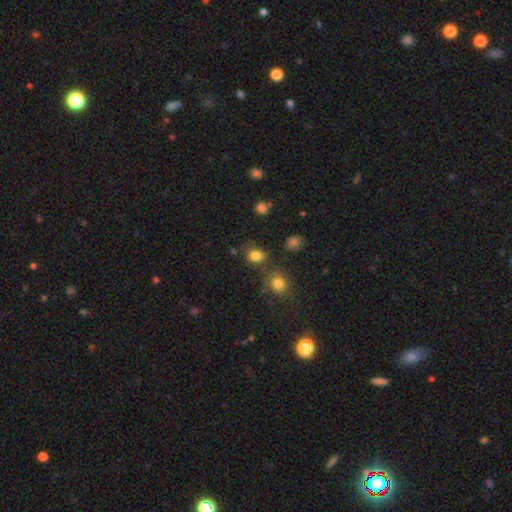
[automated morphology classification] This is clearly a smooth galaxy (81%). How rounded: possibly in between (51%). Merging: likely none (66%).